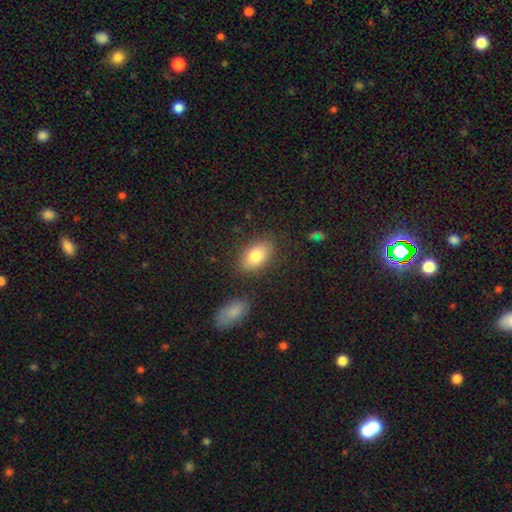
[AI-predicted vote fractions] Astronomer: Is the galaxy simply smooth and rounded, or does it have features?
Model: smooth — 80%.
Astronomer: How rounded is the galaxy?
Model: in between — 88%.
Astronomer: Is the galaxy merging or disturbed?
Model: none — 81%.